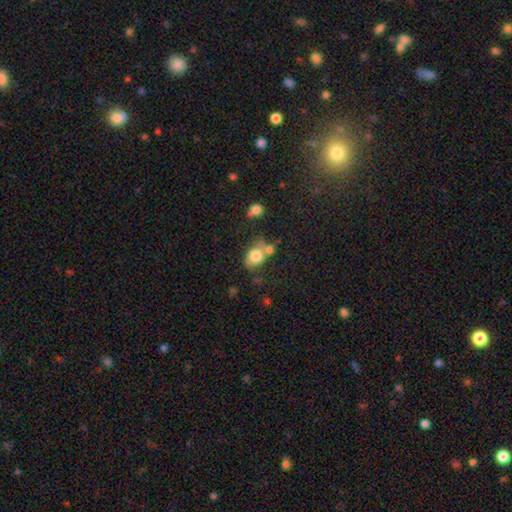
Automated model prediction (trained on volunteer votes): This is likely a smooth galaxy (73%). How rounded: likely in between (63%). Merging: marginally none (39%).